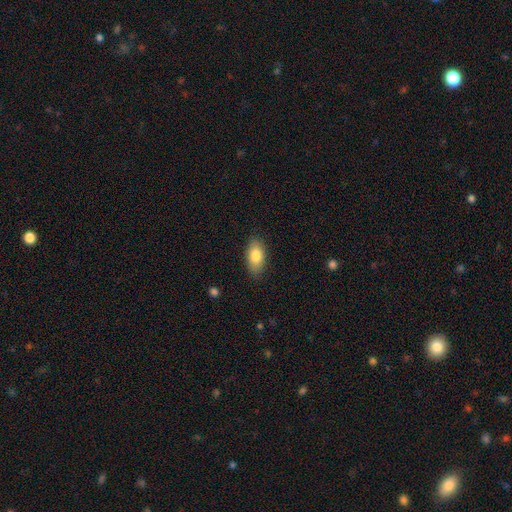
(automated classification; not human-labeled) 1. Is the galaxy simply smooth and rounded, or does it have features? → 82% smooth, 12% featured or disk, 7% star or artifact.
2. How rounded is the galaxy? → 91% in between, 5% cigar-shaped, 4% round.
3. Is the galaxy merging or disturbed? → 86% none, 11% minor disturbance, 2% major disturbance, 1% merger.